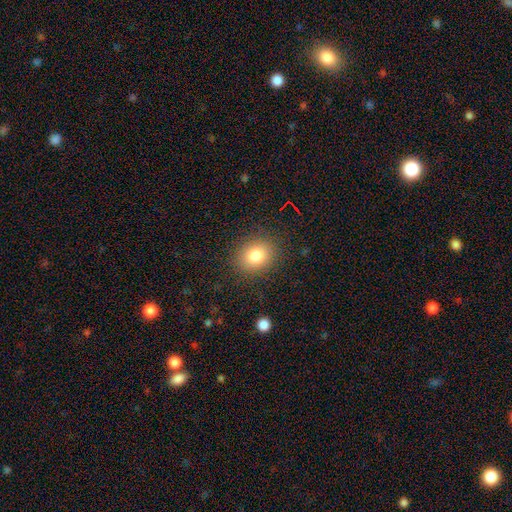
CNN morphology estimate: Smooth or featured? Predicted: smooth (p=0.81). How rounded? Predicted: round (p=0.67). Merging? Predicted: none (p=0.87).